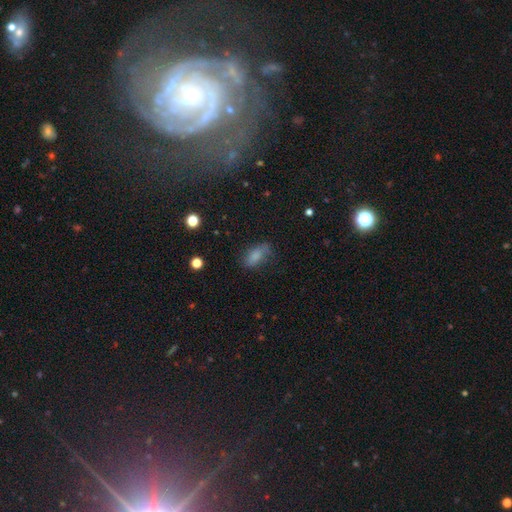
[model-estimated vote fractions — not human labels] This is likely a smooth galaxy (78%). How rounded: clearly in between (85%). Merging: likely none (63%).